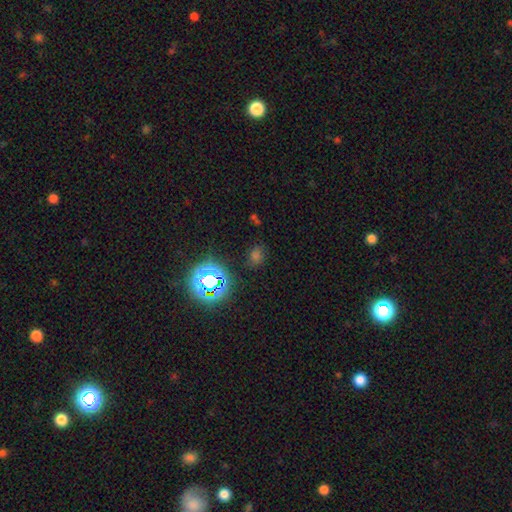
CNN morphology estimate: Smooth or featured? star or artifact (48%)